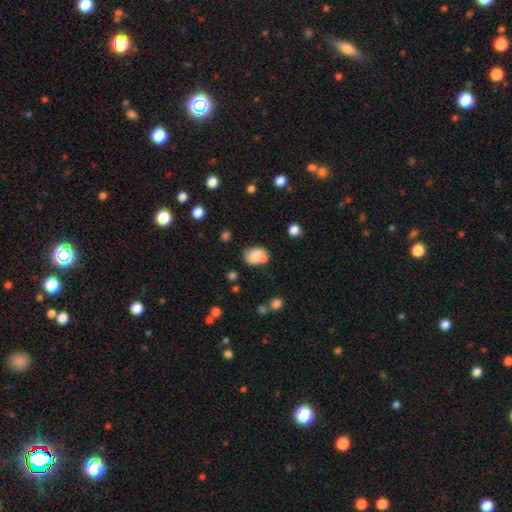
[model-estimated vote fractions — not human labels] smooth_or_featured: smooth (p=0.75) [alt: featured or disk p=0.16]
how_rounded: in between (p=0.60) [alt: round p=0.39]
merging: none (p=0.50) [alt: merger p=0.26]